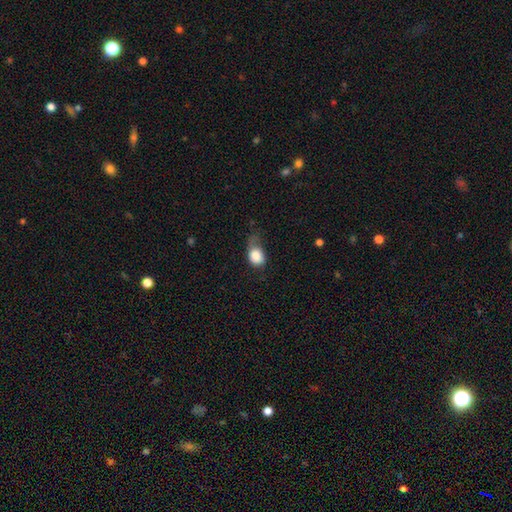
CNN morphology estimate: smooth-or-featured: smooth: 82% | featured or disk: 10% | star or artifact: 8%
  how-rounded: in between: 62% | round: 37% | cigar-shaped: 1%
  merging: minor disturbance: 37% | major disturbance: 36% | none: 24% | merger: 4%